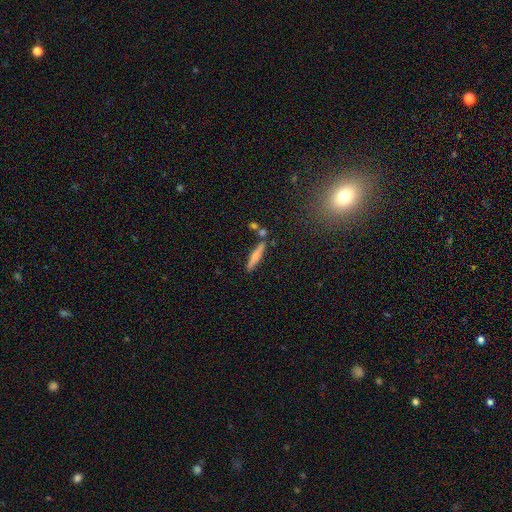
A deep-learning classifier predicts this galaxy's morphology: Overall: smooth (64%; featured or disk 29%). How rounded: cigar-shaped (88%). Merging: none (77%).